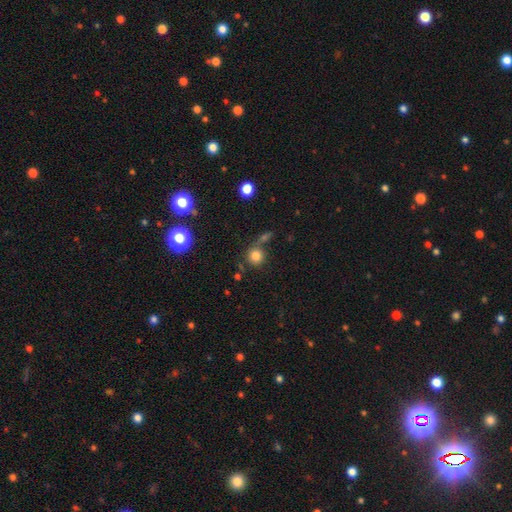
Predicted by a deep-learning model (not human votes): Overall: smooth (80%). How rounded: round (91%). Merging: none (63%).